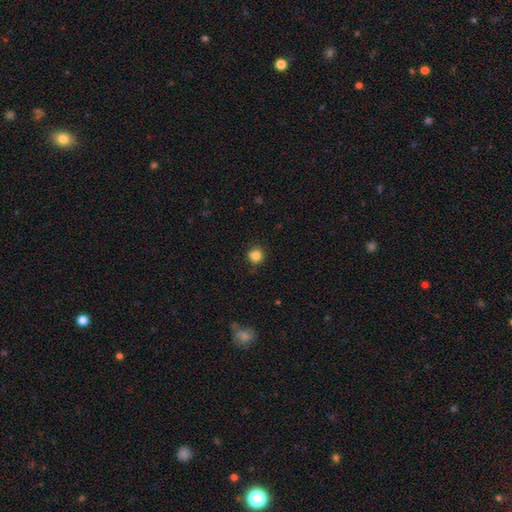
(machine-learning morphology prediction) smooth 83%, star or artifact 12%, featured or disk 5%. Down the decision tree: how rounded — round (91%); merging — none (81%).